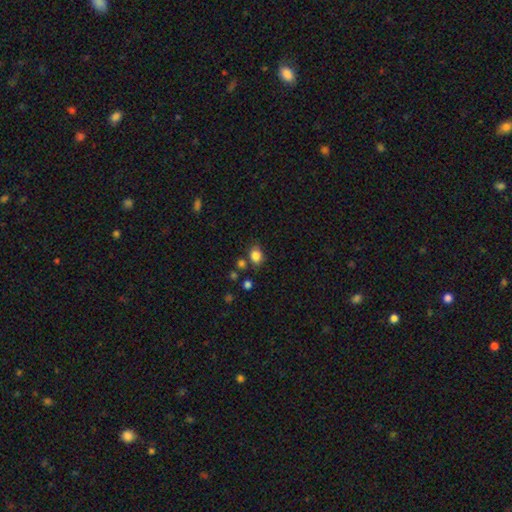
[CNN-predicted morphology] smooth_or_featured: smooth (p=0.83) [alt: star or artifact p=0.11]
how_rounded: round (p=0.56) [alt: in between p=0.43]
merging: none (p=0.72) [alt: minor disturbance p=0.16]